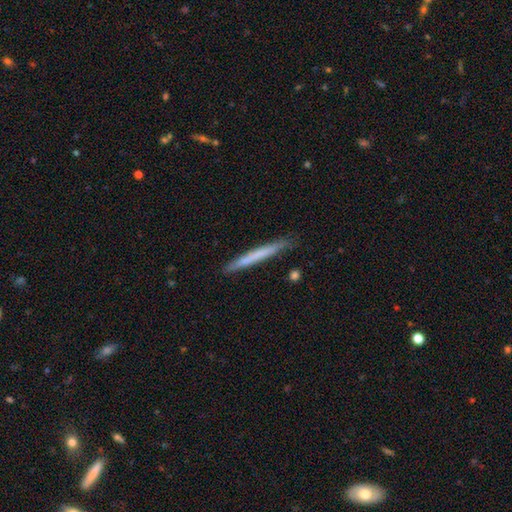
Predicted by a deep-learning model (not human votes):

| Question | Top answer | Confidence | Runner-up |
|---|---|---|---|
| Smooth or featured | smooth | 60% | featured or disk (34%) |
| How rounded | cigar-shaped | 97% | in between (2%) |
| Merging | none | 88% | minor disturbance (9%) |